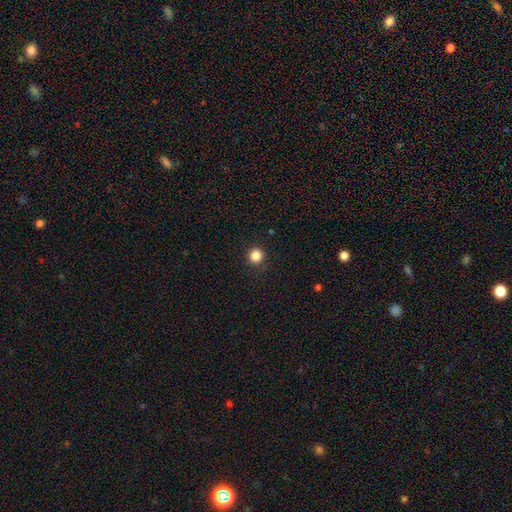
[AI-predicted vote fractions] A smooth galaxy with no disk features (86%) that is round (95%). Merging: none (92%).